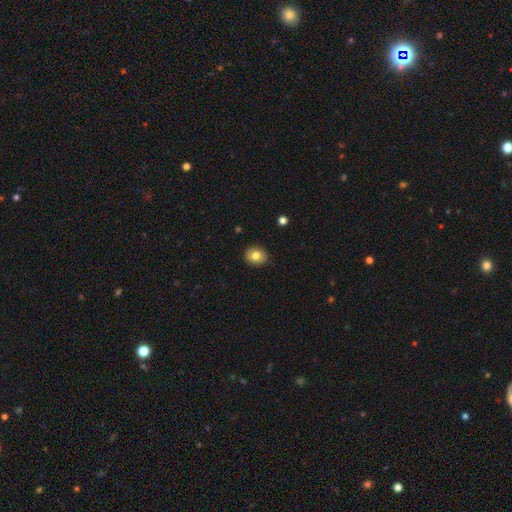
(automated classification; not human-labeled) A smooth galaxy with no disk features (81%) that is round (70%). Merging: none (88%).